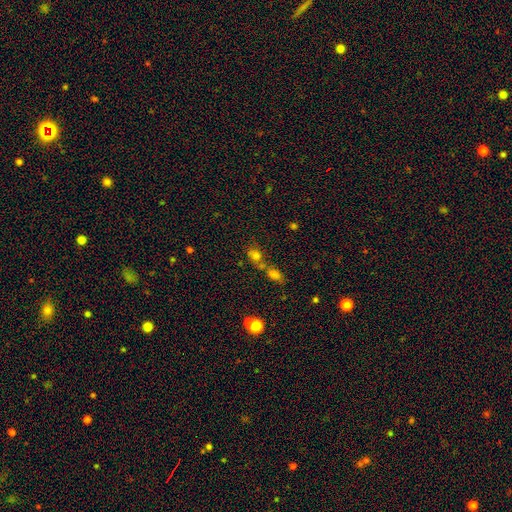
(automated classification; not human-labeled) This appears to be a smooth galaxy with no disk features (70%) that is round (50%). Merging: merger (50%).